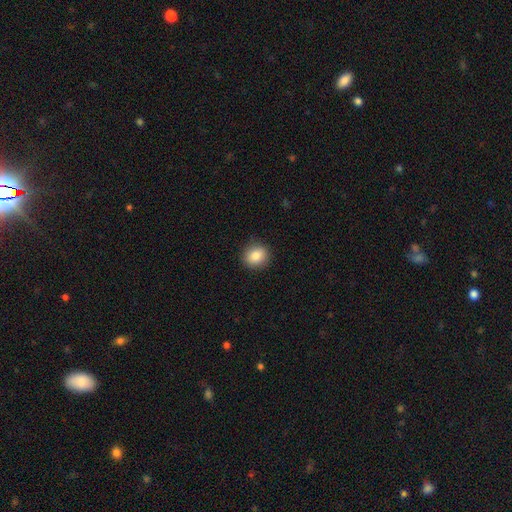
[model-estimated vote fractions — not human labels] This appears to be a smooth galaxy with no disk features (84%) that is round (81%). Merging: none (89%).